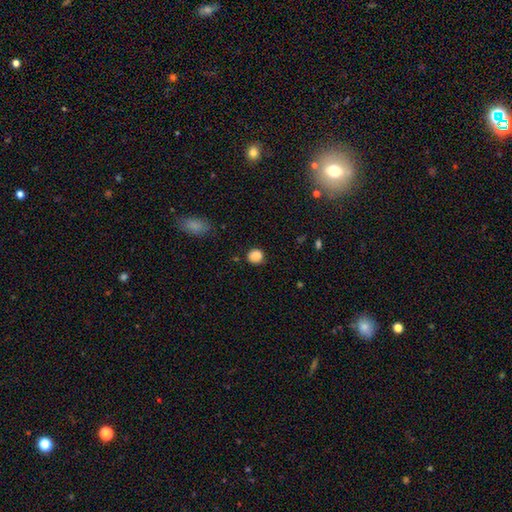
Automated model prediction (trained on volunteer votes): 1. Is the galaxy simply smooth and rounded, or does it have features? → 87% smooth, 10% star or artifact, 3% featured or disk.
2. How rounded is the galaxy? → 84% round, 15% in between, 1% cigar-shaped.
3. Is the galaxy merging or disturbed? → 83% none, 12% minor disturbance, 3% major disturbance, 2% merger.